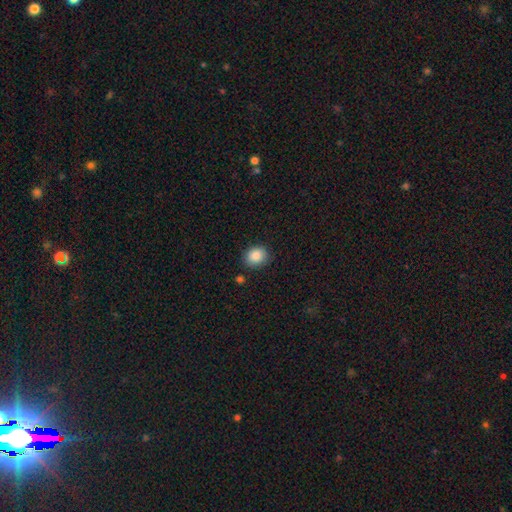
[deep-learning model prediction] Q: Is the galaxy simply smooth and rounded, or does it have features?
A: smooth — 87%.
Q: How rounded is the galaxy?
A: round — 58%.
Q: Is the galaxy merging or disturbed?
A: none — 82%.